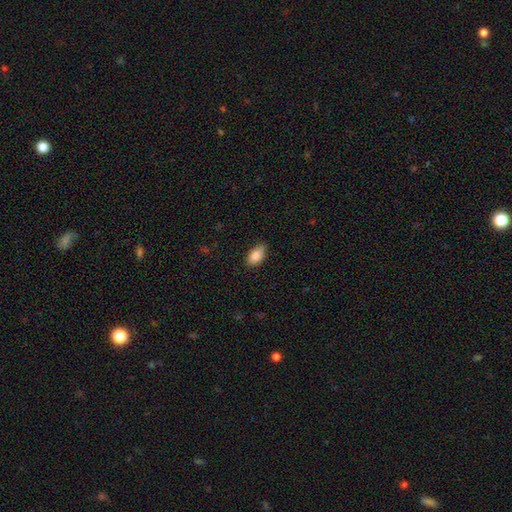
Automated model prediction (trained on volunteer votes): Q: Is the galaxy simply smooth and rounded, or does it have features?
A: smooth — 87%.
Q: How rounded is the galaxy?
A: in between — 91%.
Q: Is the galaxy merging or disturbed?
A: none — 77%.